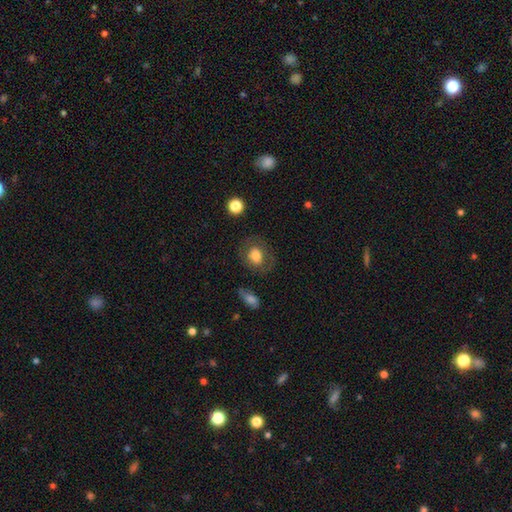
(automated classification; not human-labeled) Smooth or featured?
  - smooth: 69% *
  - featured or disk: 23%
  - star or artifact: 8%
How rounded?
  - round: 51% *
  - in between: 47%
  - cigar-shaped: 1%
Merging?
  - none: 73% *
  - minor disturbance: 15%
  - major disturbance: 9%
  - merger: 2%